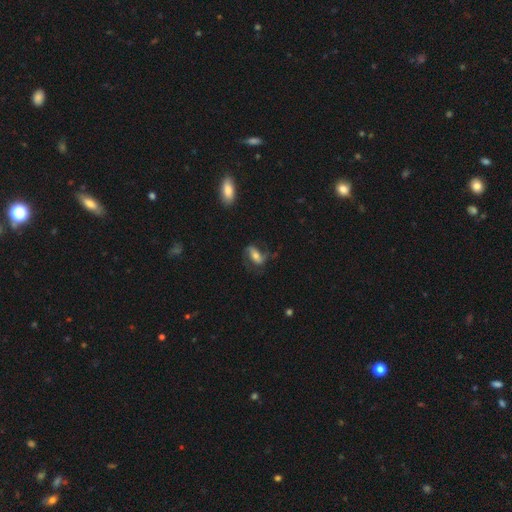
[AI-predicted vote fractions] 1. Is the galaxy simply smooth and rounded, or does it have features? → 54% featured or disk, 37% smooth, 9% star or artifact.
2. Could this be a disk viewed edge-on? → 92% no, 8% yes.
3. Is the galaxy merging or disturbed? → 55% none, 23% minor disturbance, 20% major disturbance, 3% merger.